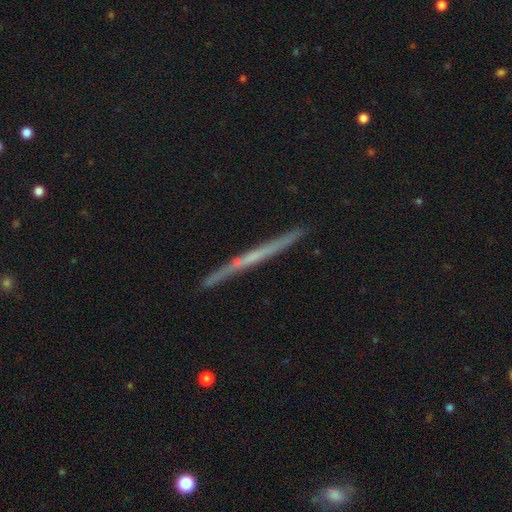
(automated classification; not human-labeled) A featured or disk galaxy (60%) viewed edge-on (97%) with no central bulge (86%).

Vote fractions:
- Smooth or featured? featured or disk: 60% / smooth: 34% / star or artifact: 6%
- Edge-on disk? yes: 97% / no: 3%
- Edge-on bulge? none: 86% / rounded: 10% / boxy: 5%
- Merging? none: 89% / minor disturbance: 8% / merger: 2% / major disturbance: 1%